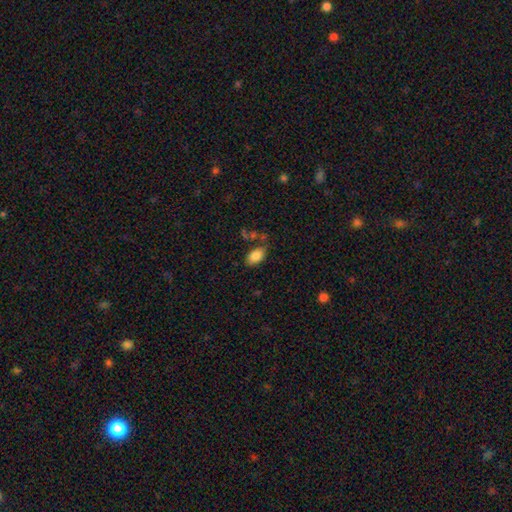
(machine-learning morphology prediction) A smooth galaxy with no disk features (85%) that is in between round and cigar-shaped (92%).

Vote fractions:
- Smooth or featured? smooth: 85% / star or artifact: 8% / featured or disk: 7%
- How rounded? in between: 92% / round: 6% / cigar-shaped: 2%
- Merging? none: 70% / minor disturbance: 17% / merger: 8% / major disturbance: 5%